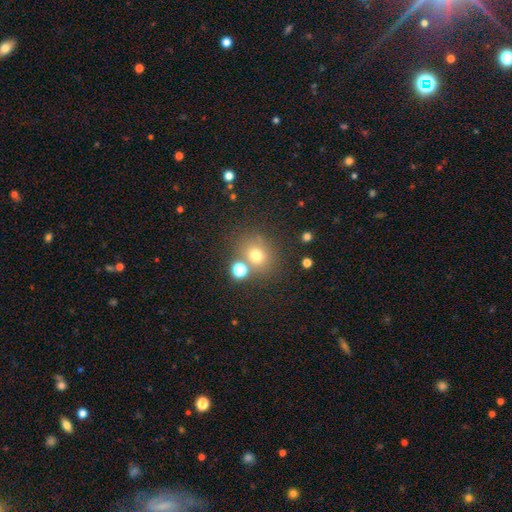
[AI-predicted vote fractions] A smooth galaxy with no disk features (69%) that is round (76%).

Vote fractions:
- Smooth or featured? smooth: 69% / star or artifact: 19% / featured or disk: 12%
- How rounded? round: 76% / in between: 23% / cigar-shaped: 1%
- Merging? none: 68% / merger: 16% / minor disturbance: 11% / major disturbance: 5%